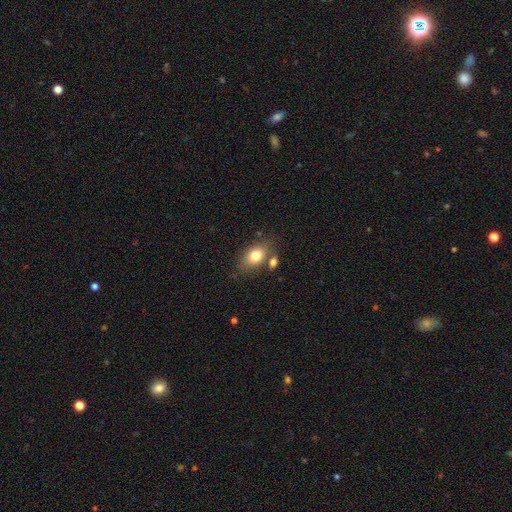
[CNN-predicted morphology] smooth-or-featured: smooth: 78% | featured or disk: 13% | star or artifact: 9%
  how-rounded: in between: 80% | round: 18% | cigar-shaped: 2%
  merging: none: 63% | minor disturbance: 16% | merger: 16% | major disturbance: 5%